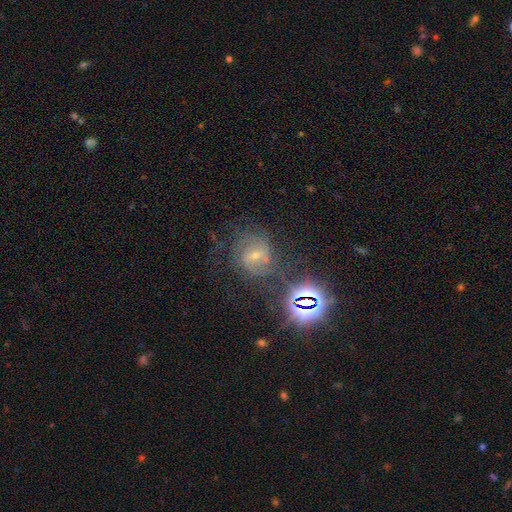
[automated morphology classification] Smooth or featured? Predicted: featured or disk (p=0.60). Edge-on disk? Predicted: no (p=0.96). Bar? Predicted: weak (p=0.48). Spiral arms? Predicted: yes (p=0.87). Bulge size? Predicted: small (p=0.60). Merging? Predicted: none (p=0.60).